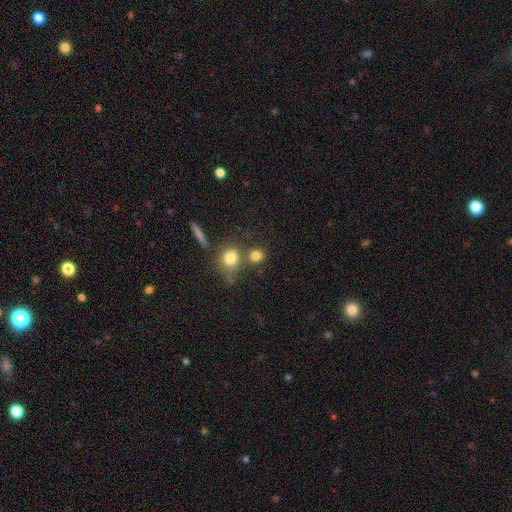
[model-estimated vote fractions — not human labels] Overall: smooth (80%). How rounded: round (83%). Merging: none (62%; merger 23%).